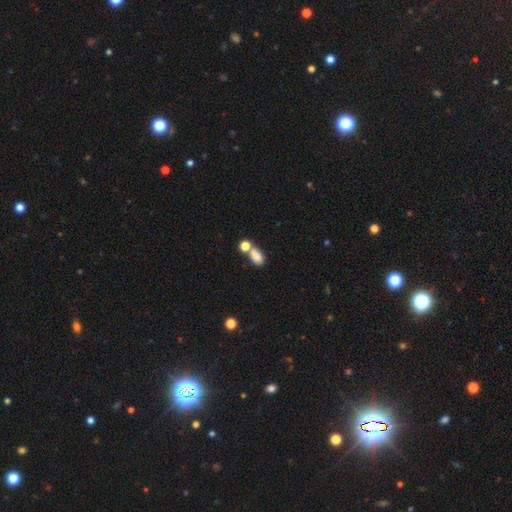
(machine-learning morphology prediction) smooth_or_featured: smooth (p=0.81) [alt: star or artifact p=0.10]
how_rounded: in between (p=0.86) [alt: round p=0.11]
merging: merger (p=0.43) [alt: none p=0.40]